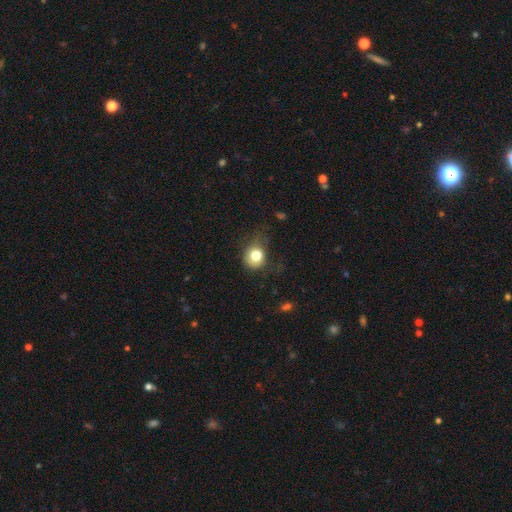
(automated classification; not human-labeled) The model was most divided on "merging": none: 50%, minor disturbance: 30%, major disturbance: 18%, merger: 2%. More confident: smooth or featured — smooth (79%); how rounded — round (75%).